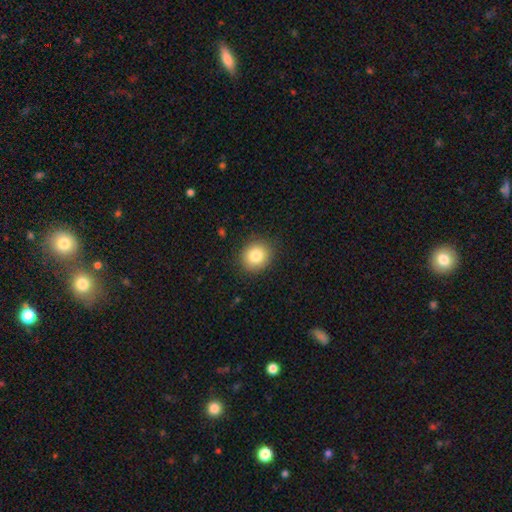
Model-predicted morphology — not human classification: Overall: smooth (83%). How rounded: round (79%). Merging: none (88%).